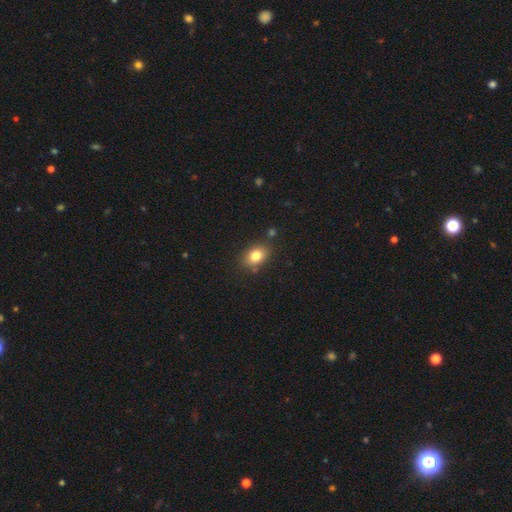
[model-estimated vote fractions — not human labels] The model was most divided on "how rounded": in between: 72%, round: 27%, cigar-shaped: 1%. More confident: smooth or featured — smooth (81%); merging — none (80%).